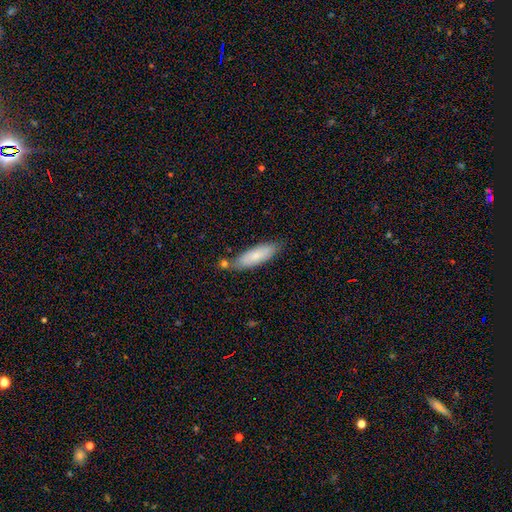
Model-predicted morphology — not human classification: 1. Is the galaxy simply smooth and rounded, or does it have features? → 76% smooth, 17% featured or disk, 6% star or artifact.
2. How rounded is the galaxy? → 49% in between (tied), 49% cigar-shaped (tied), 2% round.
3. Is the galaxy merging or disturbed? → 72% none, 17% minor disturbance, 8% merger, 3% major disturbance.